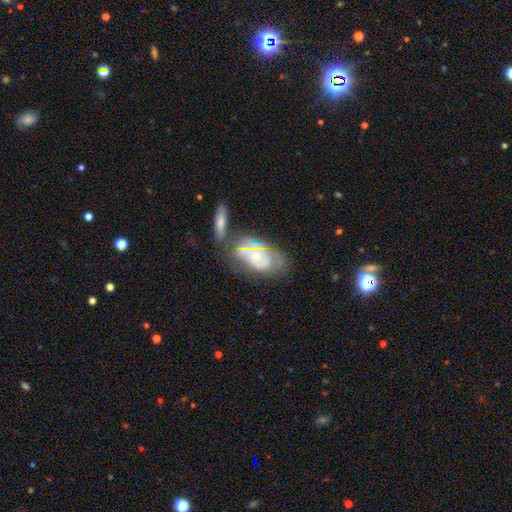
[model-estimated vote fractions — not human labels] featured or disk 67%, smooth 23%, star or artifact 10%. Down the decision tree: edge-on disk — no (92%); bar — no (71%); spiral arms — yes (74%); bulge size — small (60%); merging — none (50%).